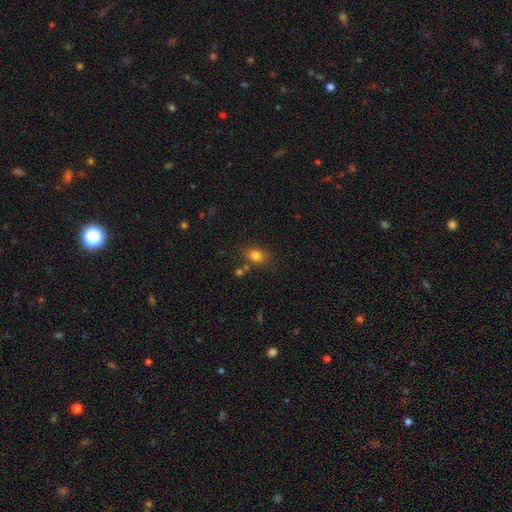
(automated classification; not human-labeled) A smooth galaxy with no disk features (81%) that is in between round and cigar-shaped (60%).

Vote fractions:
- Smooth or featured? smooth: 81% / star or artifact: 12% / featured or disk: 7%
- How rounded? in between: 60% / round: 39% / cigar-shaped: 1%
- Merging? none: 74% / minor disturbance: 13% / merger: 8% / major disturbance: 4%